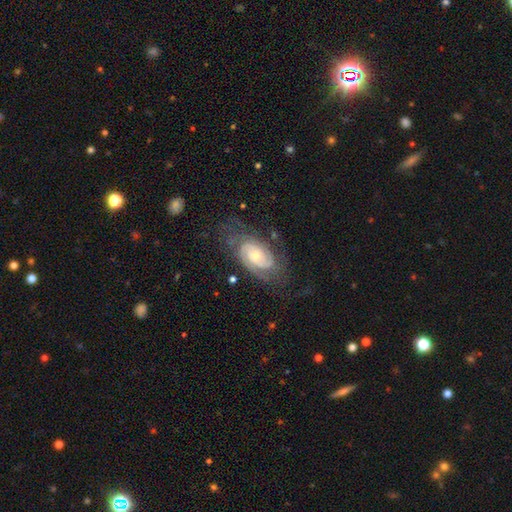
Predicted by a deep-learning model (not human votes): Morphology: type=featured or disk (85%); edge-on=no (96%); bar=no (70%); spiral arms=yes (96%); winding=tight (65%); arm count=2 (54%); bulge=small (51%); merging=none (63%).